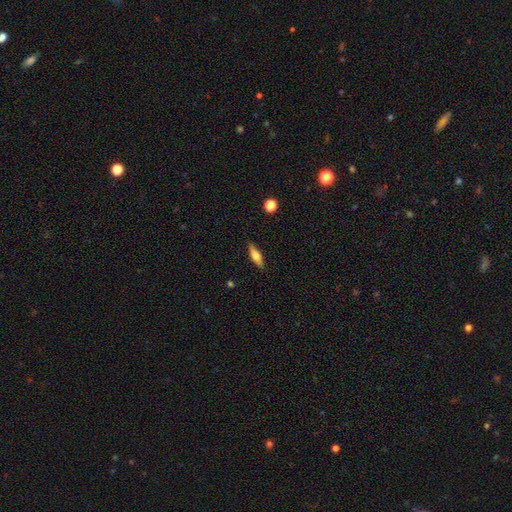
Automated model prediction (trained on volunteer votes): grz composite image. It shows a smooth galaxy with no disk features (57%) that is cigar-shaped (59%). Merging: none (87%).